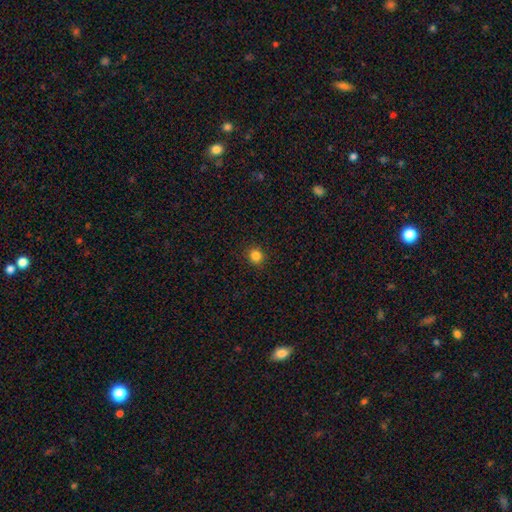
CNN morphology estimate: This is clearly a smooth galaxy (84%). How rounded: clearly round (87%). Merging: clearly none (91%).